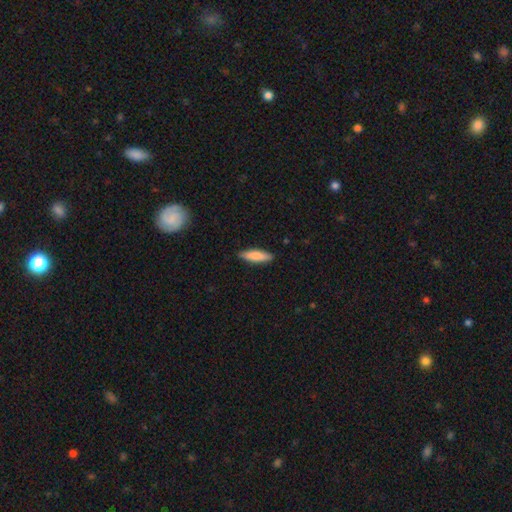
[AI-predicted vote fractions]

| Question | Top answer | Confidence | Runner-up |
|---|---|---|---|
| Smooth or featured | smooth | 82% | featured or disk (12%) |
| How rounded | cigar-shaped | 65% | in between (34%) |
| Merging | none | 88% | minor disturbance (9%) |